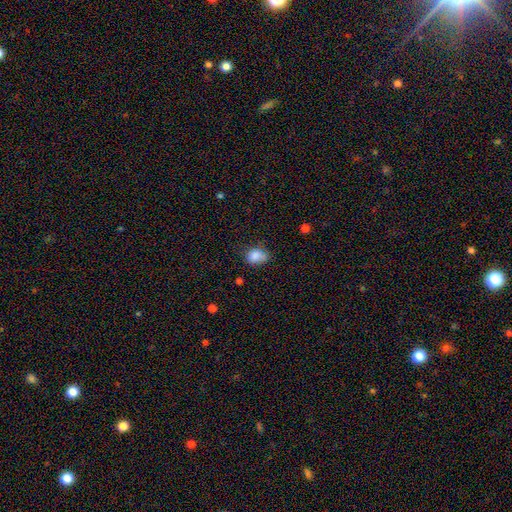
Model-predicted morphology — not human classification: Smooth or featured?
  - smooth: 83% *
  - star or artifact: 9%
  - featured or disk: 7%
How rounded?
  - in between: 64% *
  - round: 35%
  - cigar-shaped: 1%
Merging?
  - none: 53% *
  - minor disturbance: 34%
  - major disturbance: 9%
  - merger: 4%